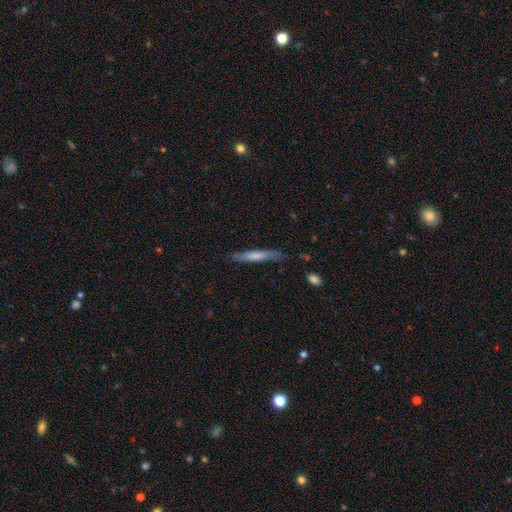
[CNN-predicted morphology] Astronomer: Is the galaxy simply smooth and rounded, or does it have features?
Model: smooth — 64%.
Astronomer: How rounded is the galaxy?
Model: cigar-shaped — 93%.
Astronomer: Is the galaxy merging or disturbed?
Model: none — 78%.